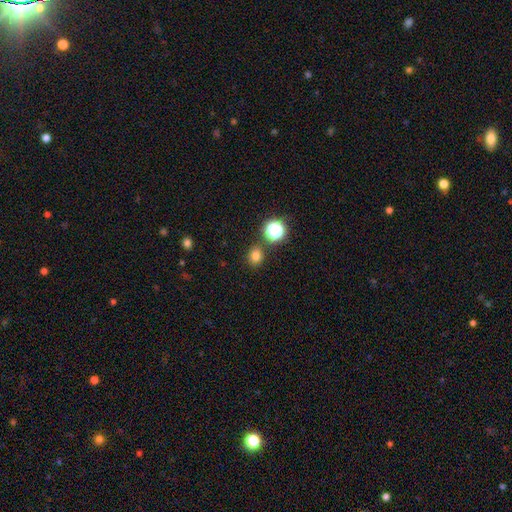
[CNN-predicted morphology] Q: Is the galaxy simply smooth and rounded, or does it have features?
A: smooth — 76%.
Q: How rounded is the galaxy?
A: round — 74%.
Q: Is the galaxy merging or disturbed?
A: none — 83%.